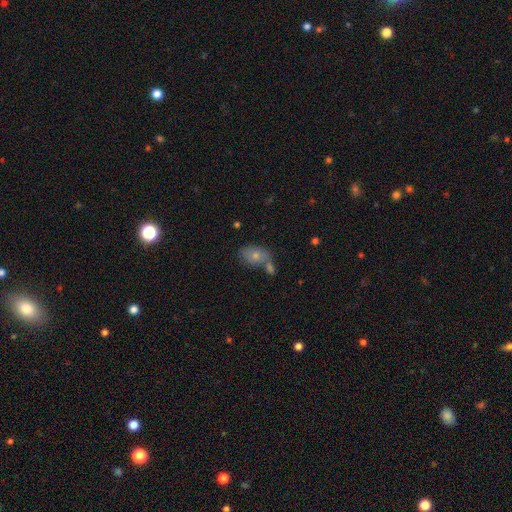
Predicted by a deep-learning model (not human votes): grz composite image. It shows a smooth galaxy with no disk features (72%) that is in between round and cigar-shaped (84%). Merging: none (46%).